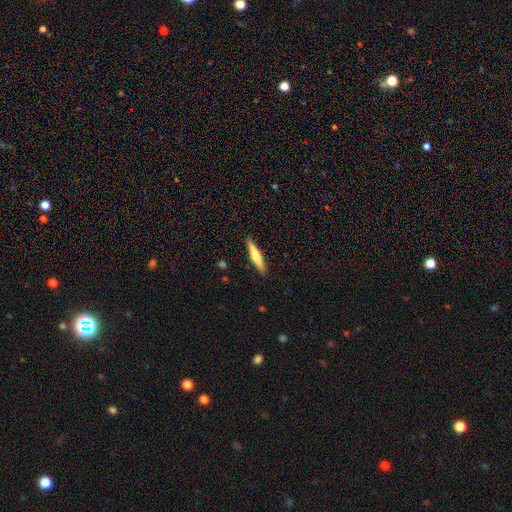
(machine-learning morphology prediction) Q: Smooth or featured?
A: smooth (57%); runner-up: featured or disk (38%)
Q: How rounded?
A: cigar-shaped (89%); runner-up: in between (10%)
Q: Merging?
A: none (90%); runner-up: minor disturbance (7%)